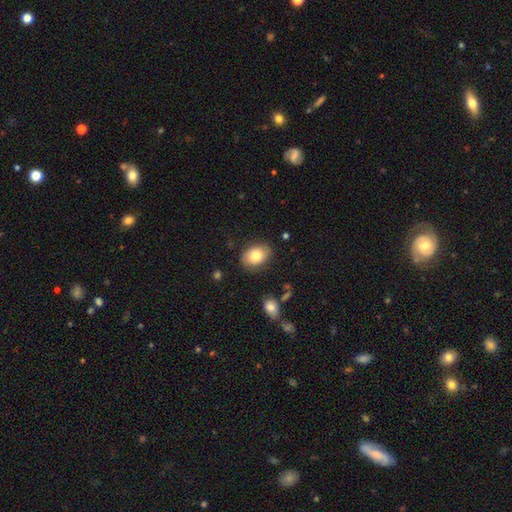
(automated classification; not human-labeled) Morphology: type=smooth (79%); roundness=in between (76%); merging=none (83%).